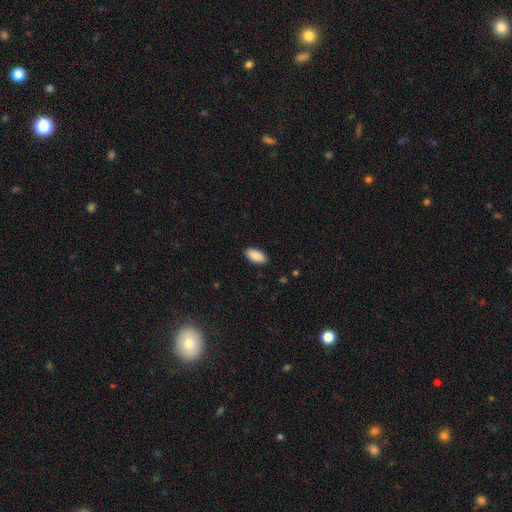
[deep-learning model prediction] A smooth galaxy with no disk features (90%) that is in between round and cigar-shaped (93%).

Vote fractions:
- Smooth or featured? smooth: 90% / star or artifact: 6% / featured or disk: 4%
- How rounded? in between: 93% / cigar-shaped: 5% / round: 2%
- Merging? none: 89% / minor disturbance: 8% / major disturbance: 2% / merger: 1%